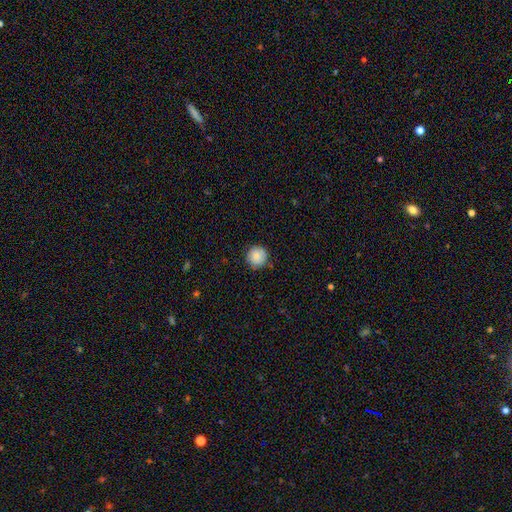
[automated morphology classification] Overall: smooth (86%). How rounded: round (95%). Merging: none (86%).